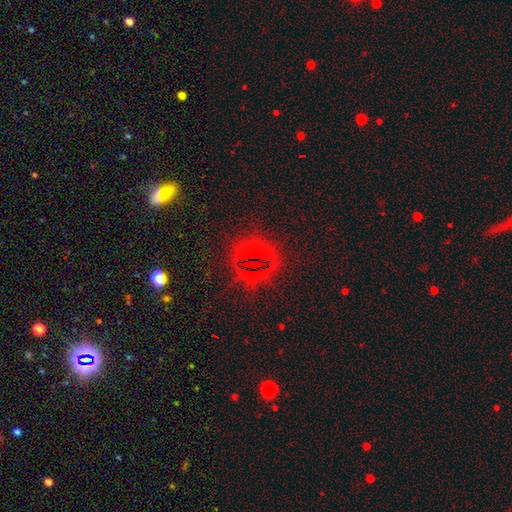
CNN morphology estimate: smooth_or_featured: star or artifact (p=0.63) [alt: smooth p=0.28]